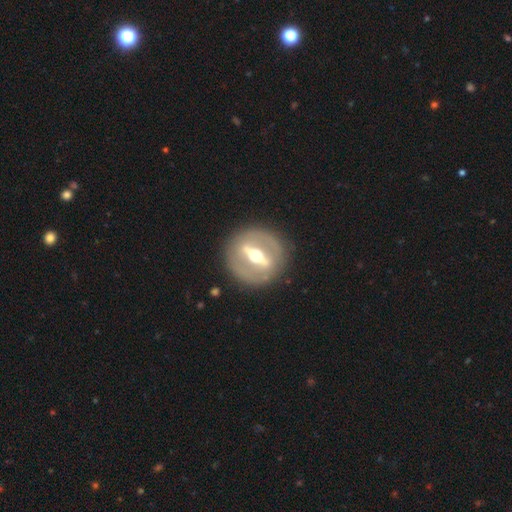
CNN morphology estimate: Smooth or featured: featured or disk — 81% (smooth — 13%)
Edge-on disk: no — 56% (yes — 44%)
Merging: none — 87% (minor disturbance — 7%)